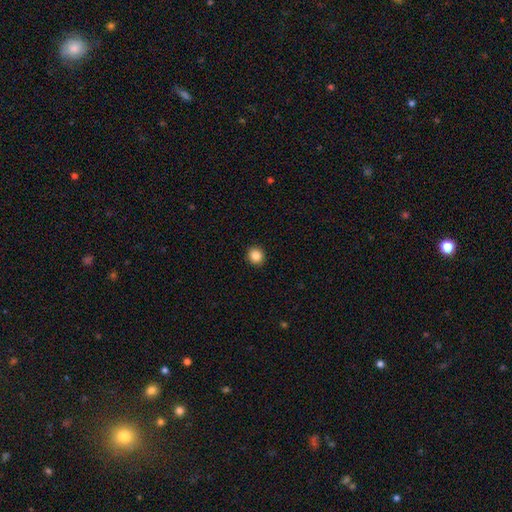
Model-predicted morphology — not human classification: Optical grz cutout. It shows a smooth galaxy with no disk features (86%) that is round (88%). Merging: none (93%).